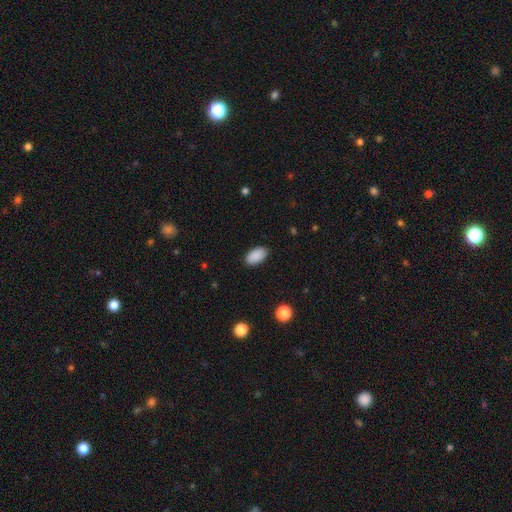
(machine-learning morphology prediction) The model was most divided on "merging": none: 89%, minor disturbance: 8%, major disturbance: 2%, merger: 1%. More confident: how rounded — in between (95%); smooth or featured — smooth (90%).